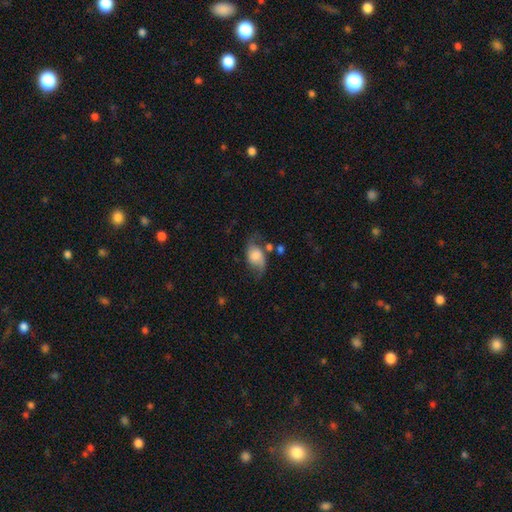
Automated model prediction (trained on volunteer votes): Smooth or featured? featured or disk (53%)
Edge-on disk? no (95%)
Bar? no (67%)
Spiral arms? yes (88%)
Bulge size? large (30%)
Merging? none (51%)